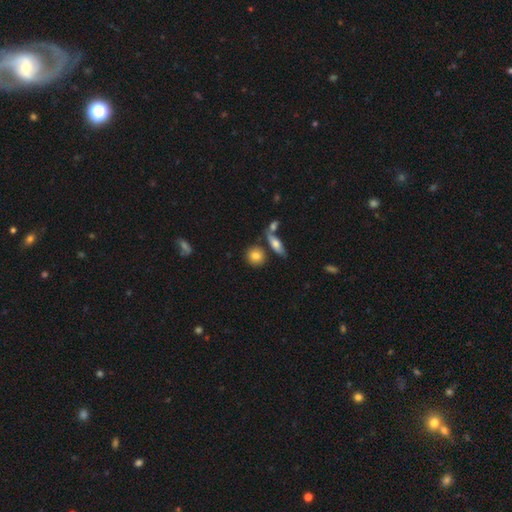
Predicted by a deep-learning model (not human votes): Smooth or featured? smooth (79%)
How rounded? round (77%)
Merging? none (73%)